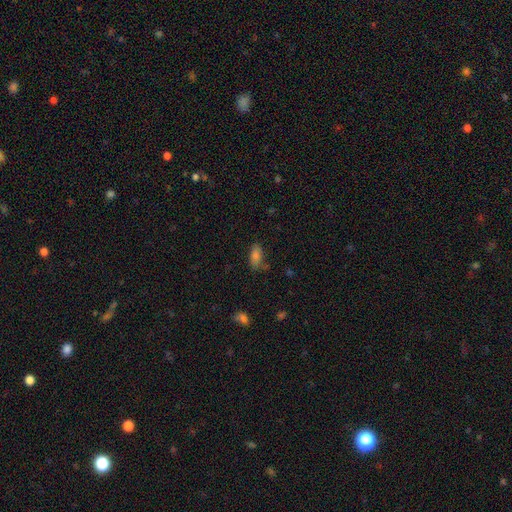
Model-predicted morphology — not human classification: Smooth or featured? Predicted: smooth (p=0.76). How rounded? Predicted: in between (p=0.84). Merging? Predicted: none (p=0.67).